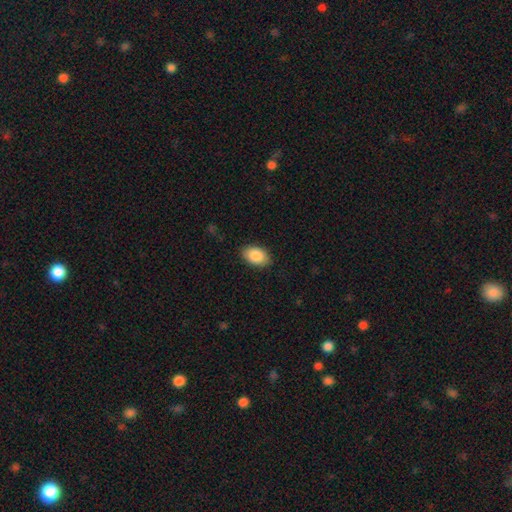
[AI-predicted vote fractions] Overall: smooth (88%). How rounded: in between (90%). Merging: none (88%).